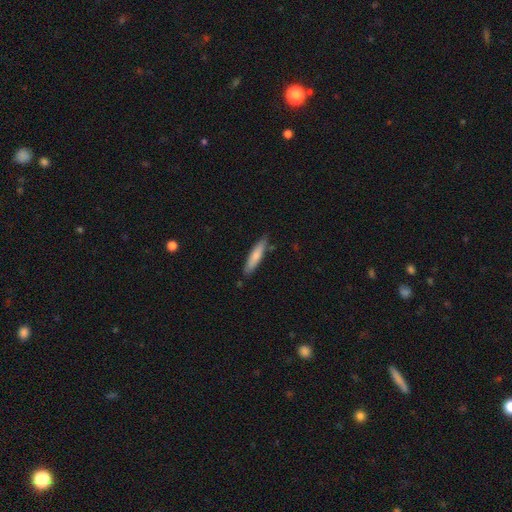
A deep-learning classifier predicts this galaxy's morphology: smooth-or-featured: smooth: 76% | featured or disk: 18% | star or artifact: 5%
  how-rounded: cigar-shaped: 83% | in between: 16% | round: 1%
  merging: none: 83% | minor disturbance: 13% | merger: 2% | major disturbance: 2%